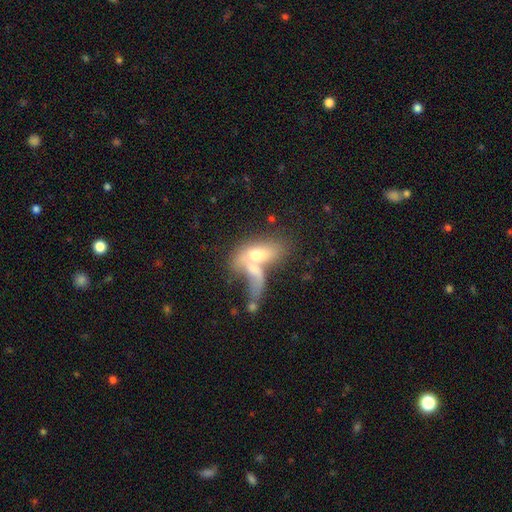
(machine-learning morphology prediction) Q: Smooth or featured?
A: smooth (50%); runner-up: featured or disk (40%)
Q: How rounded?
A: in between (70%); runner-up: cigar-shaped (23%)
Q: Merging?
A: merger (59%); runner-up: none (17%)